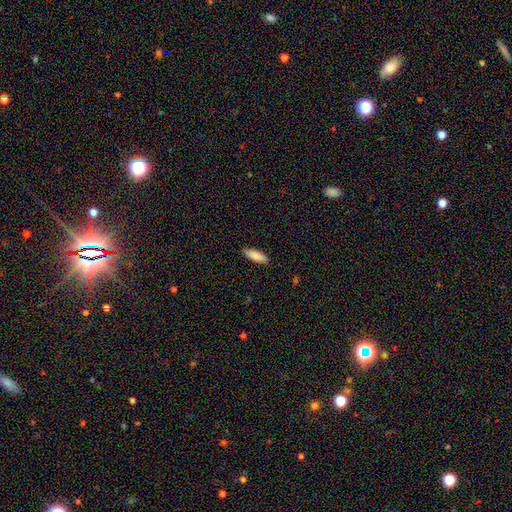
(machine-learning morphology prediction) Smooth or featured: smooth — 84% (featured or disk — 10%)
How rounded: in between — 55% (cigar-shaped — 43%)
Merging: none — 87% (minor disturbance — 10%)